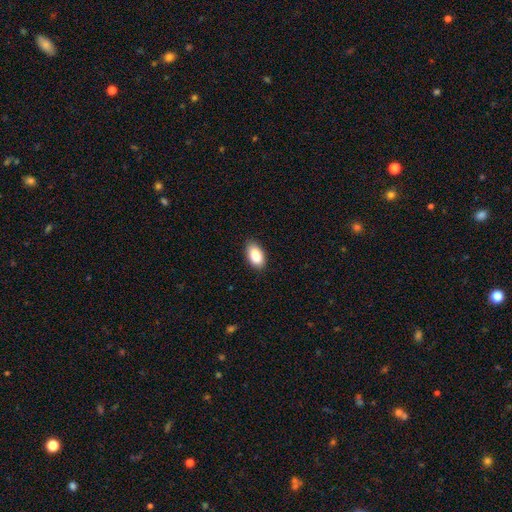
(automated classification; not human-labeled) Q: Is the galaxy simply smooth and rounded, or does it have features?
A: smooth — 88%.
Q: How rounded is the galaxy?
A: in between — 94%.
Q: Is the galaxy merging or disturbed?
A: none — 86%.